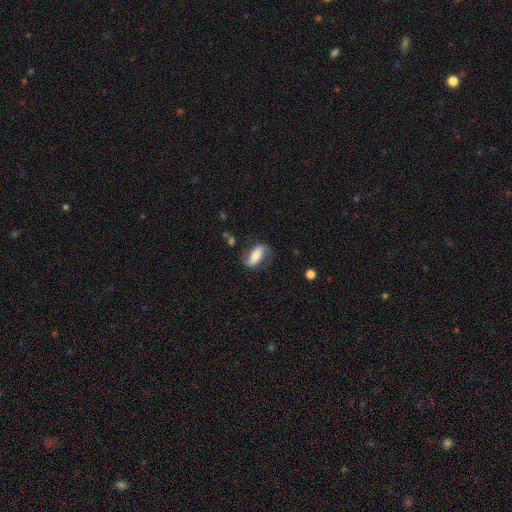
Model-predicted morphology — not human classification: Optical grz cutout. It shows a featured or disk galaxy (64%) with a strong bar (42%), 2 (88%) loose (57%) spiral arms (88%) and a moderate central bulge (43%). Merging: none (67%).